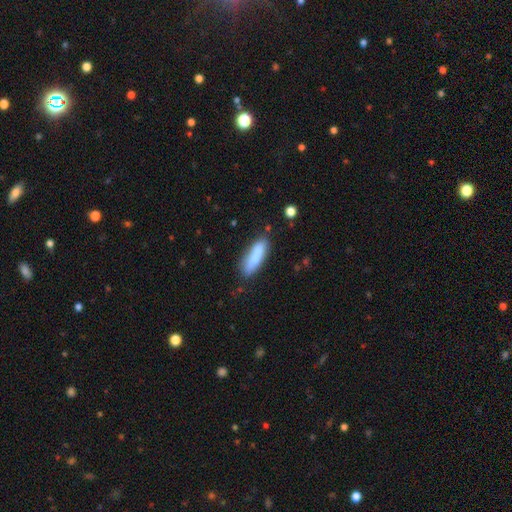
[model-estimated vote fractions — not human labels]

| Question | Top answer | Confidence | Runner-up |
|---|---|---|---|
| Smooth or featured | smooth | 76% | featured or disk (17%) |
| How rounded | cigar-shaped | 62% | in between (36%) |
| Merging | none | 70% | minor disturbance (17%) |